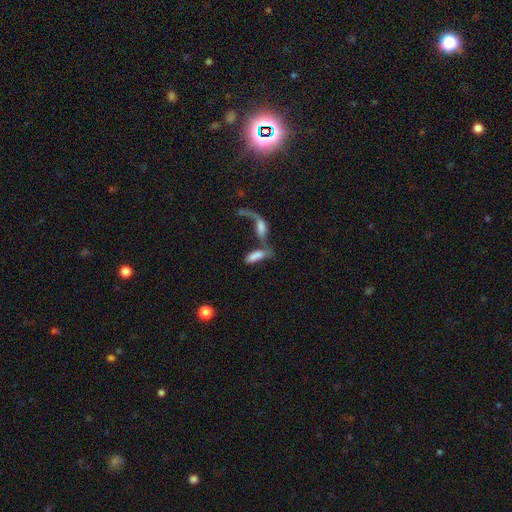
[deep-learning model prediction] smooth 64%, featured or disk 27%, star or artifact 9%. Down the decision tree: how rounded — in between (68%); merging — merger (67%).